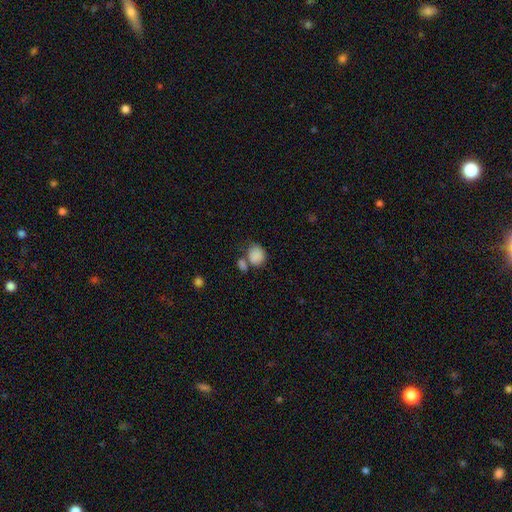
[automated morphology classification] Q: Smooth or featured?
A: smooth (85%); runner-up: star or artifact (9%)
Q: How rounded?
A: round (57%); runner-up: in between (42%)
Q: Merging?
A: none (49%); runner-up: merger (28%)